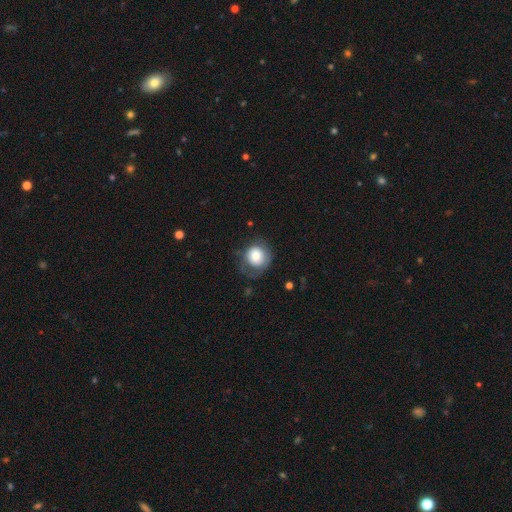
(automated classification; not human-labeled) Morphology: type=smooth (72%); roundness=round (77%); merging=none (49%).